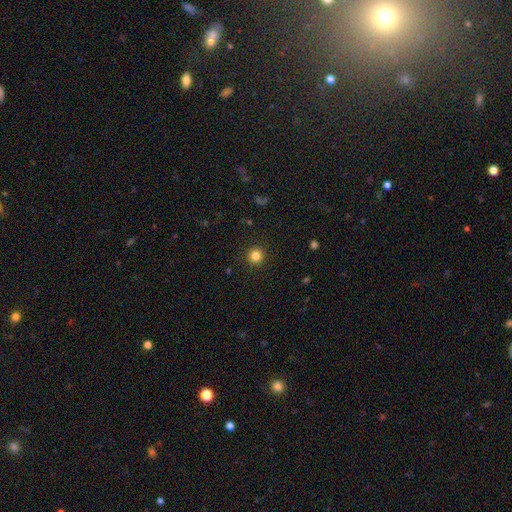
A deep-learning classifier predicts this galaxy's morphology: smooth 84%, star or artifact 12%, featured or disk 4%. Down the decision tree: how rounded — round (95%); merging — none (92%).